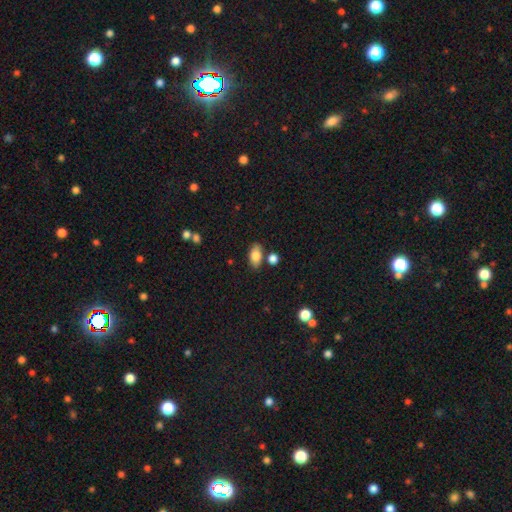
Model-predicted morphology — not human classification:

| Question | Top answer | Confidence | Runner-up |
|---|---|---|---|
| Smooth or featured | smooth | 81% | featured or disk (11%) |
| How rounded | in between | 91% | round (6%) |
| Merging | none | 77% | minor disturbance (11%) |